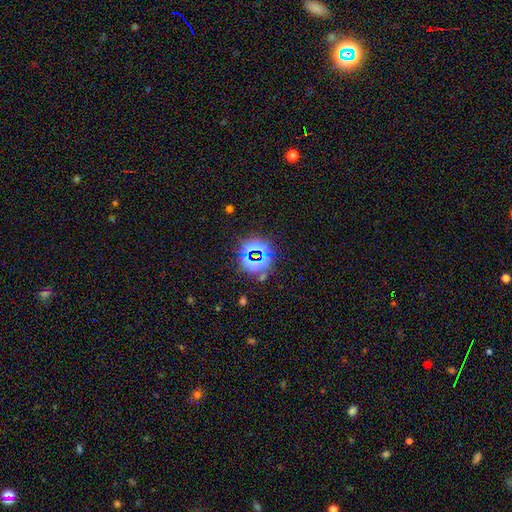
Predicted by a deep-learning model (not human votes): This is likely a star or artifact rather than a galaxy (72%).